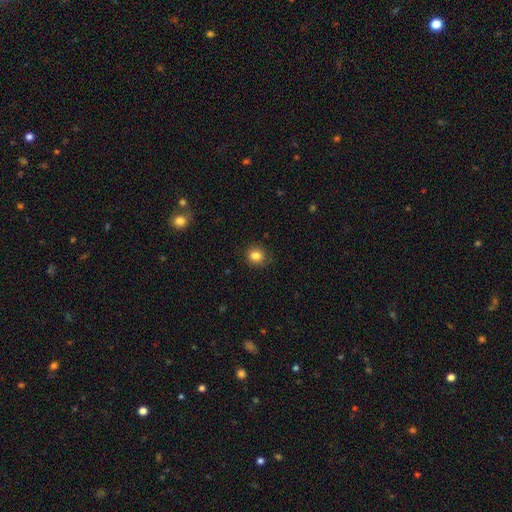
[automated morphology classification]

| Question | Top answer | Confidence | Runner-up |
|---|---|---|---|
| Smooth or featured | smooth | 85% | star or artifact (10%) |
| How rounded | round | 79% | in between (20%) |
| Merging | none | 89% | minor disturbance (8%) |